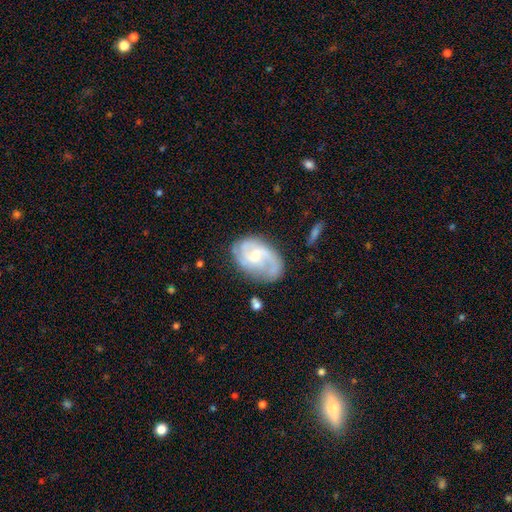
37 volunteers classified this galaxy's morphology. smooth-or-featured: featured or disk: 70% | smooth: 24% | star or artifact: 5%
  disk-edge-on: no: 100% | yes: 0%
    bar: weak: 50% | no: 46% | strong: 4%
    has-spiral-arms: yes: 100% | no: 0%
      spiral-winding: medium: 46% | tight: 27% | loose: 27%
      spiral-arm-count: 2: 54% | 3: 19% | can't tell: 15% | 1: 12% | 4: 0% | more than 4: 0%
    bulge-size: moderate: 46% | small: 38% | none: 12% | large: 4% | dominant: 0%
  merging: none: 77% | minor disturbance: 17% | major disturbance: 6% | merger: 0%